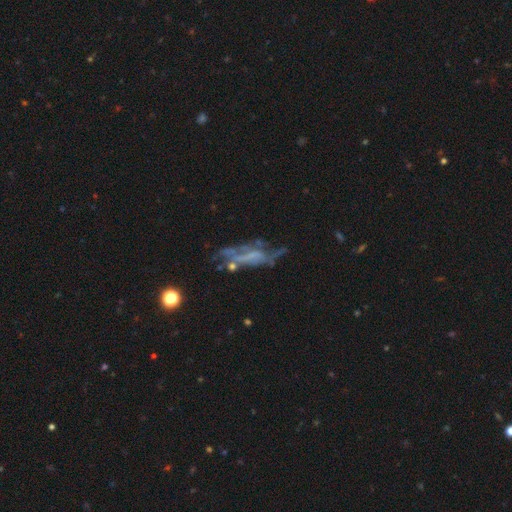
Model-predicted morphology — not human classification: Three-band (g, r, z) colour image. It shows a featured or disk galaxy (64%) with no bar (65%), no spiral arms (64%) and no central bulge (67%). Merging: none (36%).